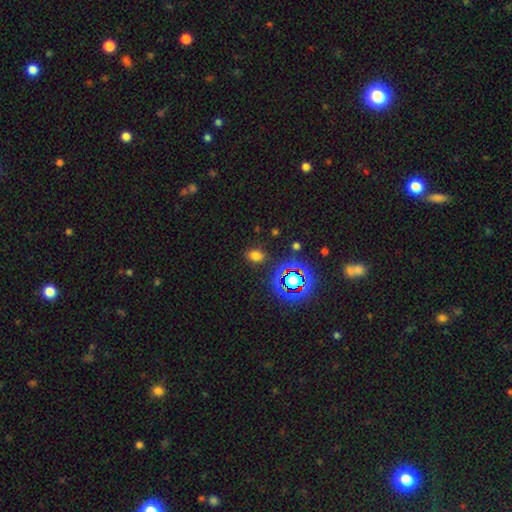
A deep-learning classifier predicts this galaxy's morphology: A smooth galaxy with no disk features (68%) that is in between round and cigar-shaped (67%).

Vote fractions:
- Smooth or featured? smooth: 68% / star or artifact: 26% / featured or disk: 6%
- How rounded? in between: 67% / round: 32% / cigar-shaped: 2%
- Merging? none: 84% / minor disturbance: 10% / major disturbance: 3% / merger: 2%